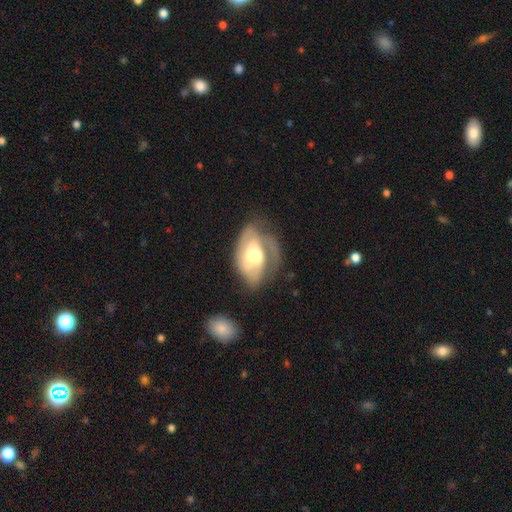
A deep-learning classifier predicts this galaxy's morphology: Overall: featured or disk (68%). Edge-on disk: no (96%). Bar: no (50%; weak 36%). Spiral arms: yes (71%). Bulge size: moderate (57%; large 21%). Merging: none (33%; major disturbance 32%).